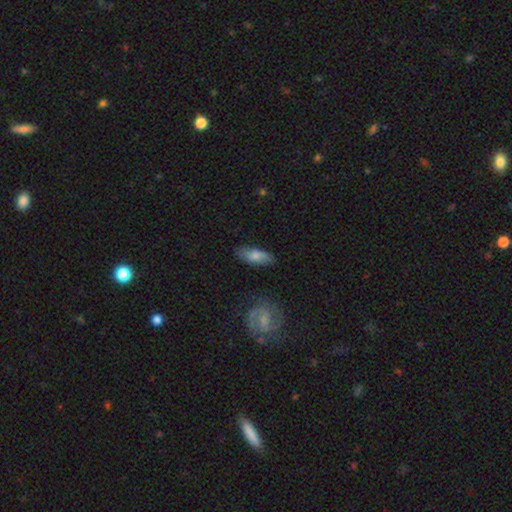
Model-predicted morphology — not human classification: smooth 71%, featured or disk 23%, star or artifact 6%. Down the decision tree: how rounded — in between (69%); merging — none (80%).